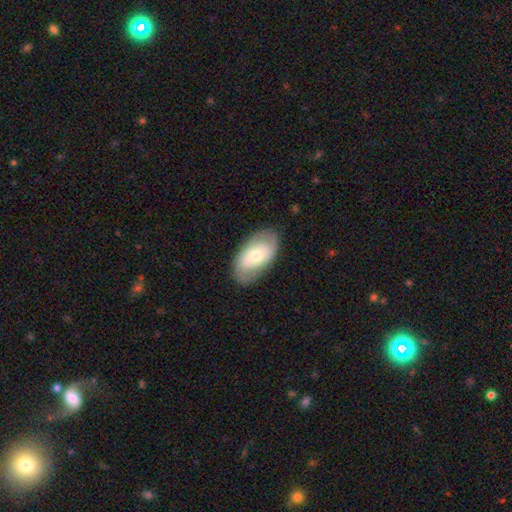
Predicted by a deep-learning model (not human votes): The model was most divided on "smooth or featured" (2-way tie): featured or disk: 47%, smooth: 47%, star or artifact: 6%. More confident: merging — none (79%).